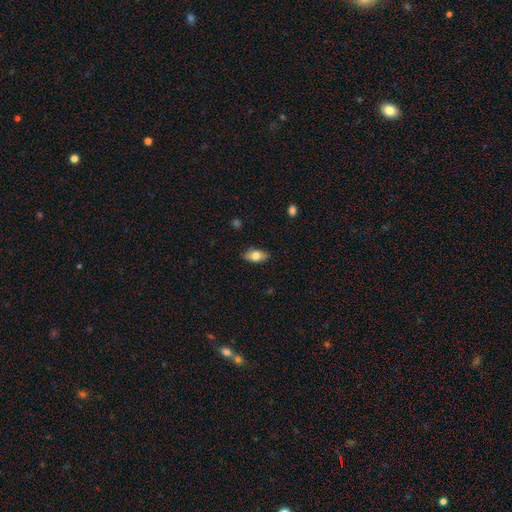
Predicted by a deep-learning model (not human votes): smooth_or_featured: smooth (p=0.77) [alt: featured or disk p=0.16]
how_rounded: in between (p=0.90) [alt: round p=0.06]
merging: none (p=0.84) [alt: minor disturbance p=0.13]